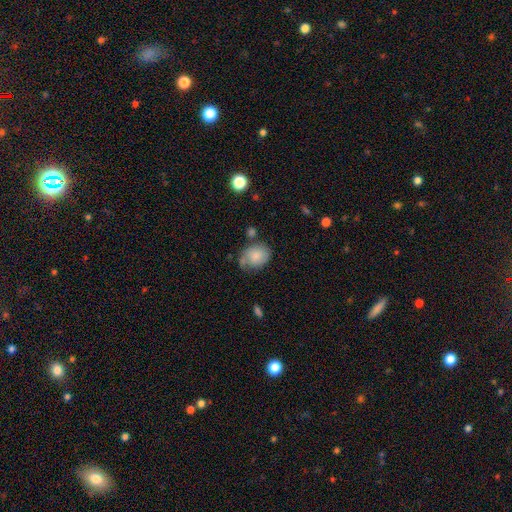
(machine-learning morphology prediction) Smooth or featured? Predicted: smooth (p=0.79). How rounded? Predicted: in between (p=0.53). Merging? Predicted: none (p=0.52).